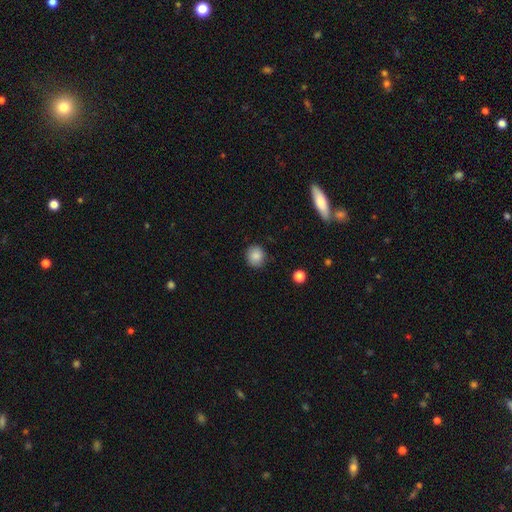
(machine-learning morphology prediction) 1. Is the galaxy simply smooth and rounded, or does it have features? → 86% smooth, 9% star or artifact, 5% featured or disk.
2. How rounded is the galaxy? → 84% round, 15% in between, 1% cigar-shaped.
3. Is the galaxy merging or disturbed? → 86% none, 11% minor disturbance, 2% major disturbance, 1% merger.